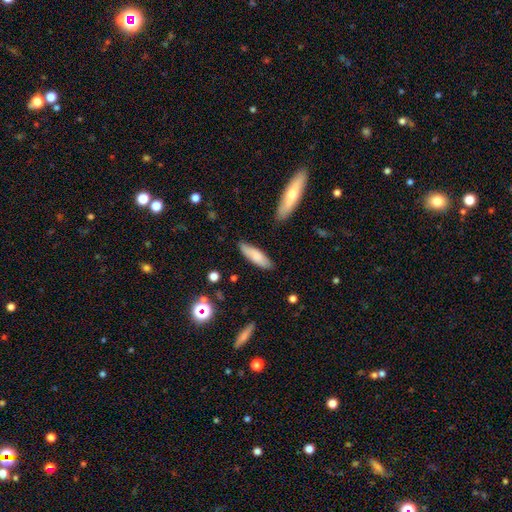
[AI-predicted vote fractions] Smooth or featured? smooth (79%)
How rounded? cigar-shaped (53%)
Merging? none (83%)